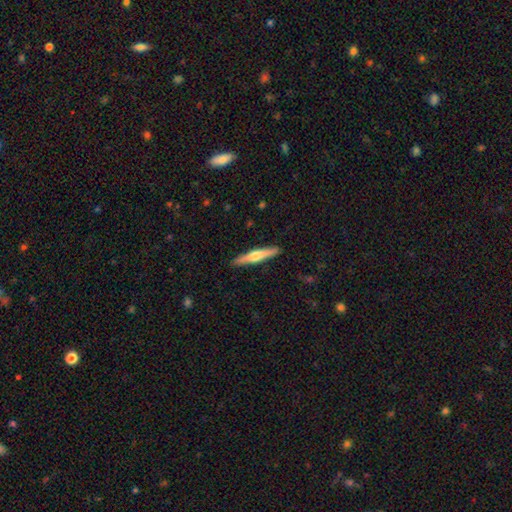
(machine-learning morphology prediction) A featured or disk galaxy (54%) viewed edge-on (96%) with a rounded central bulge (88%).

Vote fractions:
- Smooth or featured? featured or disk: 54% / smooth: 41% / star or artifact: 5%
- Edge-on disk? yes: 96% / no: 4%
- Edge-on bulge? rounded: 88% / none: 8% / boxy: 4%
- Merging? none: 91% / minor disturbance: 7% / major disturbance: 1% / merger: 1%